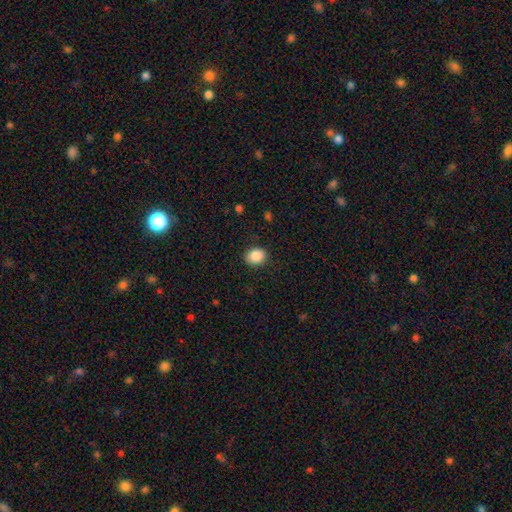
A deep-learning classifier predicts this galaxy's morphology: A smooth galaxy with no disk features (88%) that is round (55%). Merging: none (87%).